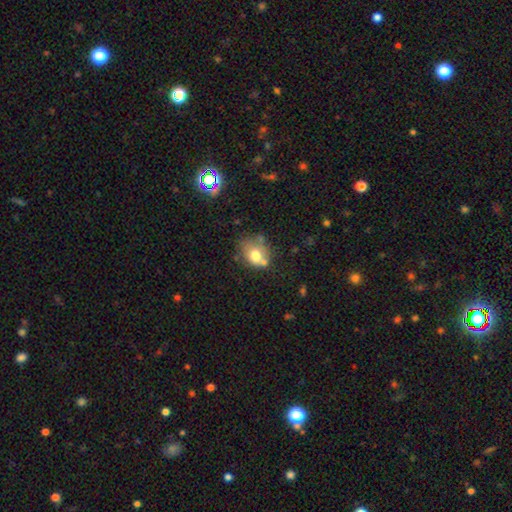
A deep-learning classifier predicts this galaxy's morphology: A smooth galaxy with no disk features (69%) that is in between round and cigar-shaped (52%). Merging: none (44%).